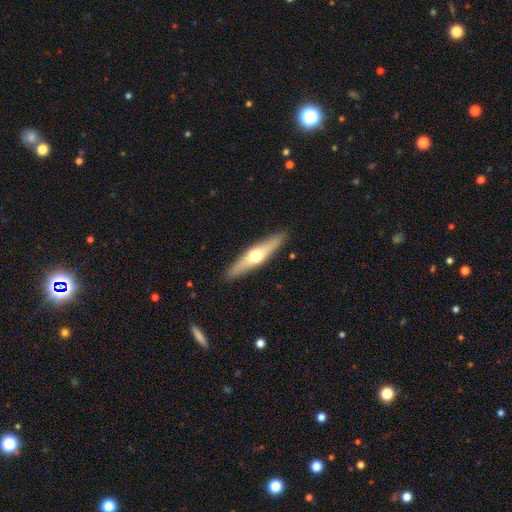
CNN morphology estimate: A featured or disk galaxy (55%) viewed edge-on (91%). Merging: none (90%).